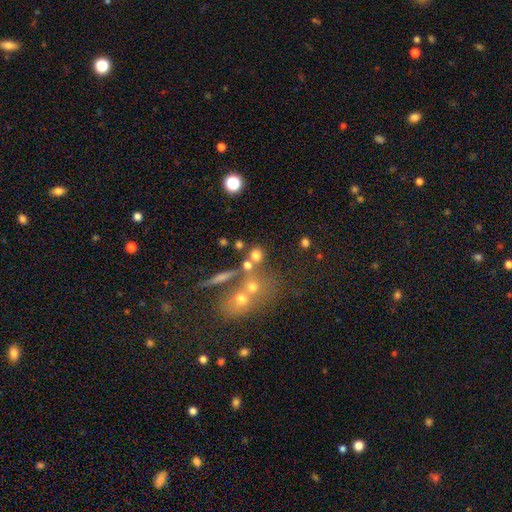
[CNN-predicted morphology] Overall: smooth (69%). How rounded: round (84%). Merging: none (59%; merger 27%).